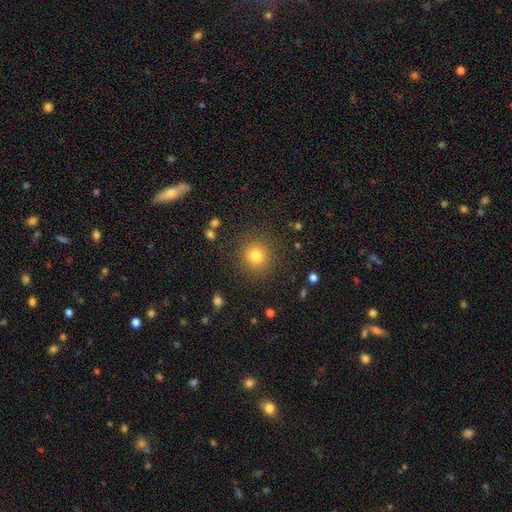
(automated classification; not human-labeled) Q: Smooth or featured?
A: smooth (80%); runner-up: star or artifact (13%)
Q: How rounded?
A: round (91%); runner-up: in between (8%)
Q: Merging?
A: none (88%); runner-up: minor disturbance (7%)